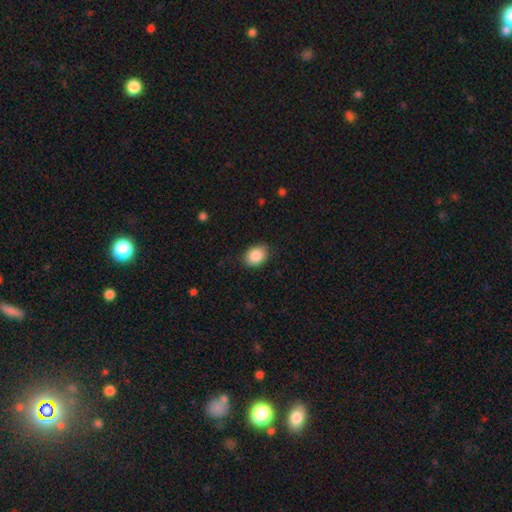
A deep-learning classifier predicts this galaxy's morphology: type=smooth (88%); roundness=in between (68%); merging=none (82%).